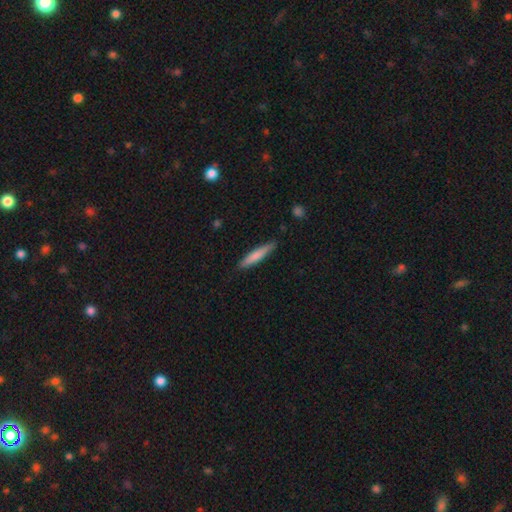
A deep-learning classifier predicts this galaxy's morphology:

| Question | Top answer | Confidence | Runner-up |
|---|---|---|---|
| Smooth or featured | smooth | 74% | featured or disk (20%) |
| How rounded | cigar-shaped | 91% | in between (8%) |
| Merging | none | 87% | minor disturbance (10%) |